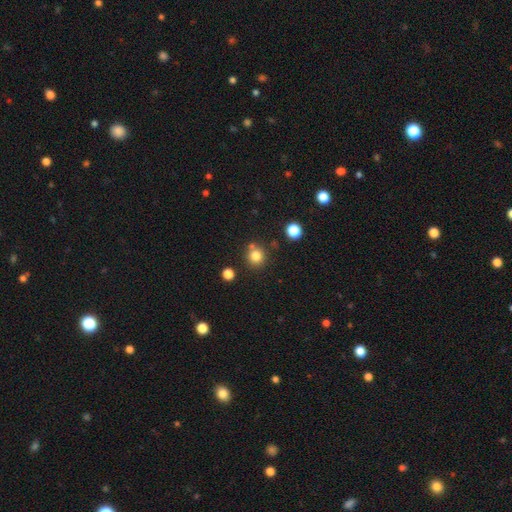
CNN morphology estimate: This is clearly a smooth galaxy (81%). How rounded: clearly round (91%). Merging: likely none (75%).